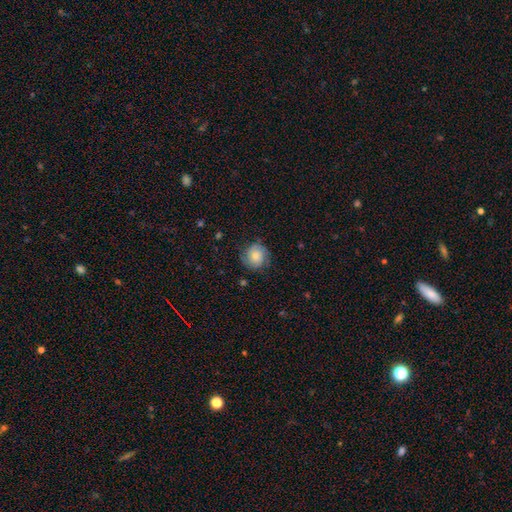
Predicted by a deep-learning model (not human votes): Q: Smooth or featured?
A: smooth (48%); runner-up: featured or disk (43%)
Q: Merging?
A: none (76%); runner-up: minor disturbance (17%)